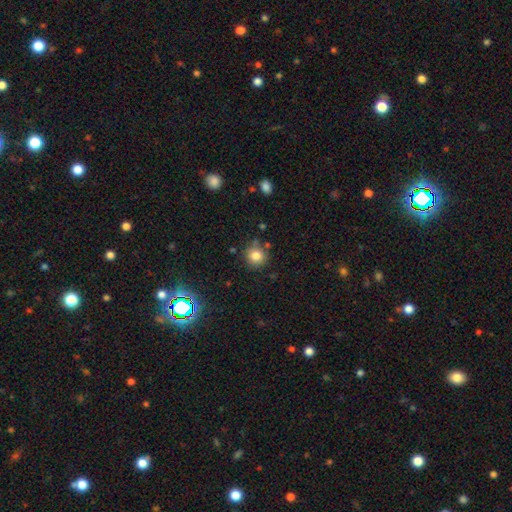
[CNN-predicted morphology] Smooth or featured? smooth (81%)
How rounded? round (91%)
Merging? none (82%)